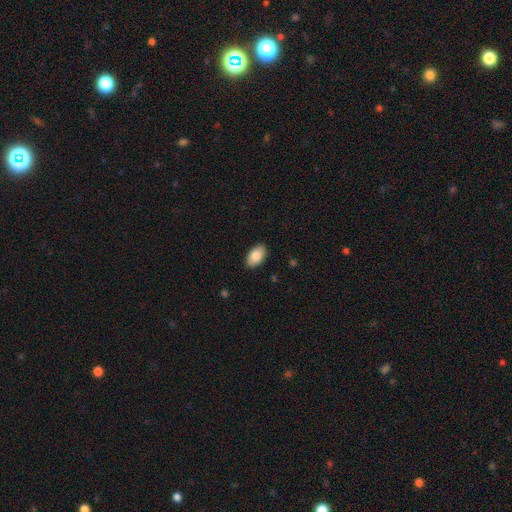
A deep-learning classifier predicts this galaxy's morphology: smooth 84%, featured or disk 10%, star or artifact 6%. Down the decision tree: how rounded — in between (94%); merging — none (89%).